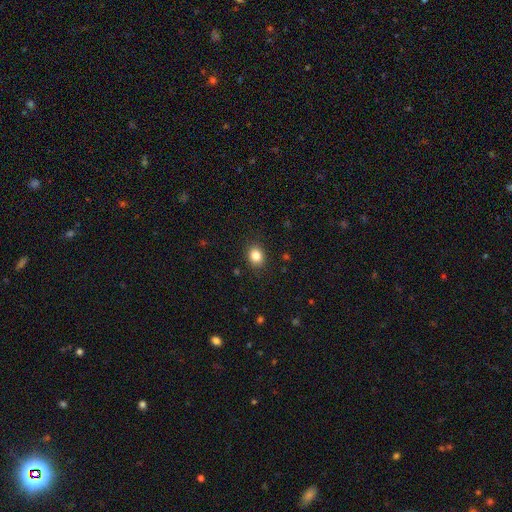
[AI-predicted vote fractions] smooth 84%, star or artifact 11%, featured or disk 5%. Down the decision tree: how rounded — round (59%); merging — none (89%).